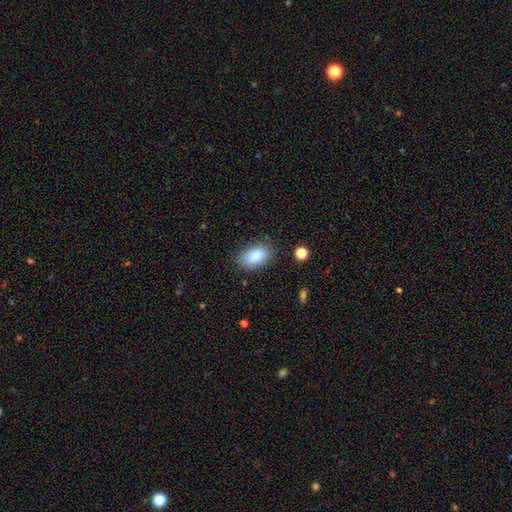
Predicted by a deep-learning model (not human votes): Smooth or featured? smooth (84%)
How rounded? in between (92%)
Merging? none (84%)